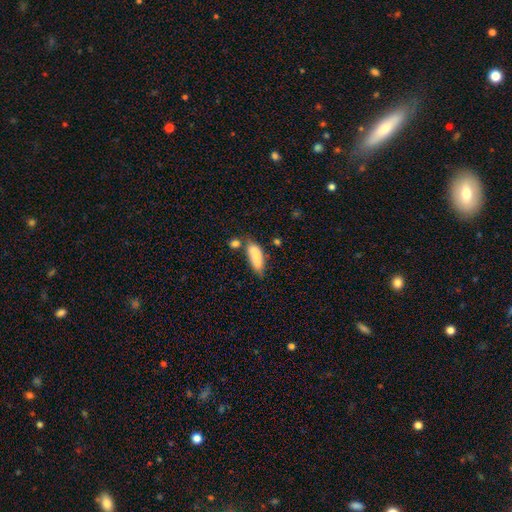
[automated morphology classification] smooth-or-featured: smooth: 83% | featured or disk: 11% | star or artifact: 7%
  how-rounded: in between: 69% | cigar-shaped: 29% | round: 2%
  merging: none: 52% | minor disturbance: 24% | merger: 17% | major disturbance: 7%